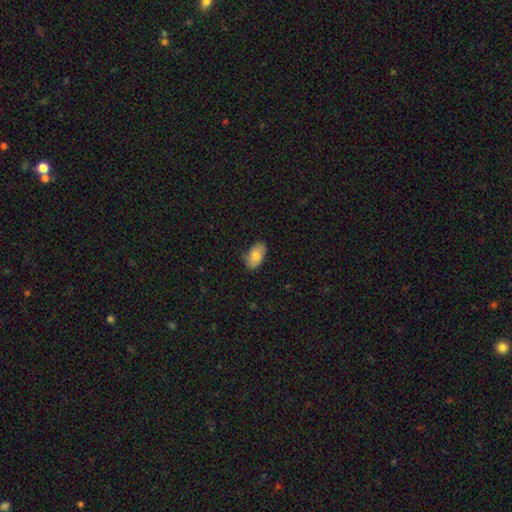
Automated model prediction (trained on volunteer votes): A smooth galaxy with no disk features (80%) that is in between round and cigar-shaped (92%). Merging: none (77%).